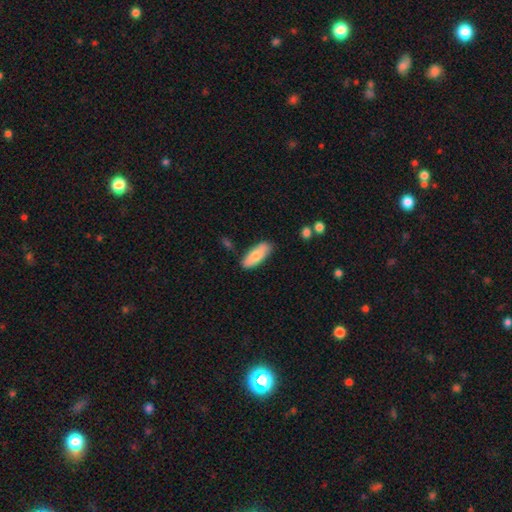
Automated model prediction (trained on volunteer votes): A smooth galaxy with no disk features (77%) that is in between round and cigar-shaped (75%).

Vote fractions:
- Smooth or featured? smooth: 77% / featured or disk: 17% / star or artifact: 6%
- How rounded? in between: 75% / cigar-shaped: 23% / round: 2%
- Merging? none: 82% / minor disturbance: 13% / merger: 3% / major disturbance: 2%